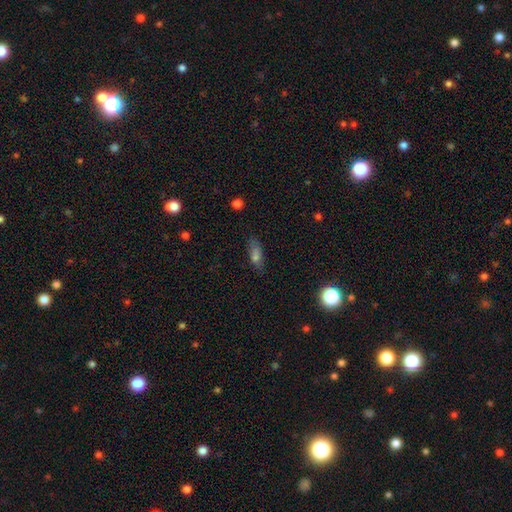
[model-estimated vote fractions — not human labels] The model was most divided on "how rounded": in between: 62%, cigar-shaped: 33%, round: 5%. More confident: merging — none (74%); smooth or featured — smooth (68%).